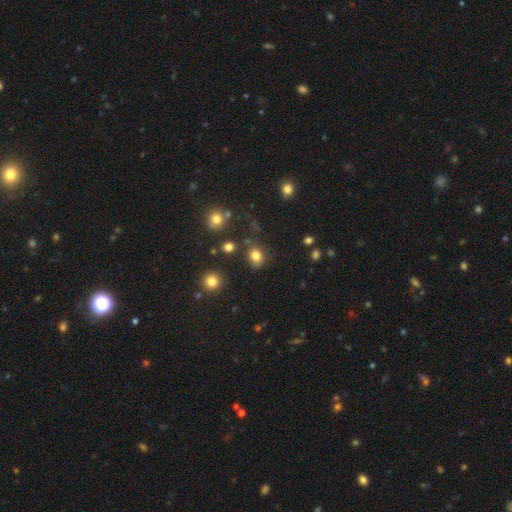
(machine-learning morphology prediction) smooth-or-featured: smooth: 80% | star or artifact: 14% | featured or disk: 6%
  how-rounded: round: 70% | in between: 29% | cigar-shaped: 1%
  merging: none: 75% | minor disturbance: 15% | merger: 6% | major disturbance: 5%